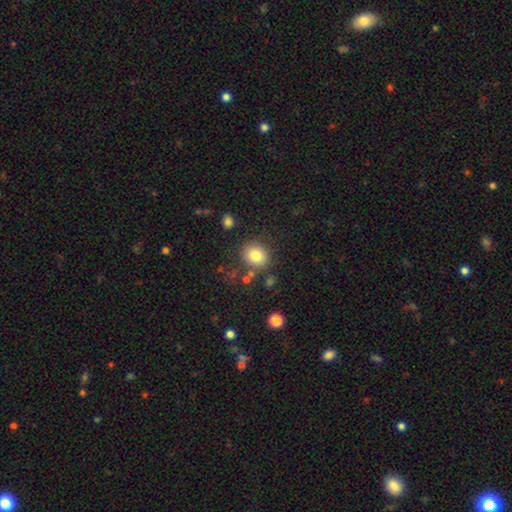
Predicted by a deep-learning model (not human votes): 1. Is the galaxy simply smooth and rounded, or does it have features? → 81% smooth, 11% star or artifact, 8% featured or disk.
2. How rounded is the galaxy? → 76% round, 23% in between, 1% cigar-shaped.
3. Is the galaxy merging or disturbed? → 80% none, 11% minor disturbance, 6% merger, 4% major disturbance.